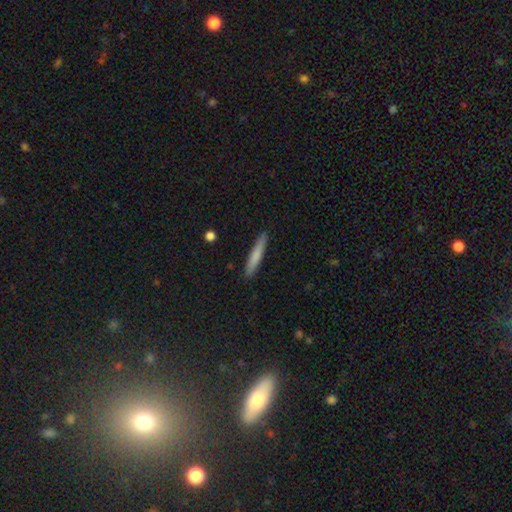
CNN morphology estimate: Smooth or featured? smooth (74%)
How rounded? cigar-shaped (95%)
Merging? none (90%)